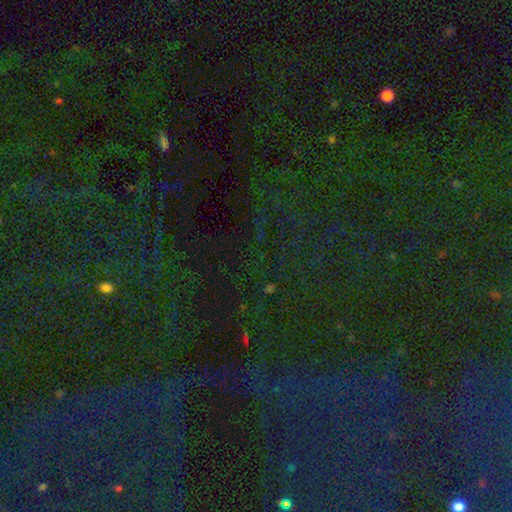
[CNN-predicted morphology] Q: Smooth or featured?
A: star or artifact (79%); runner-up: smooth (12%)